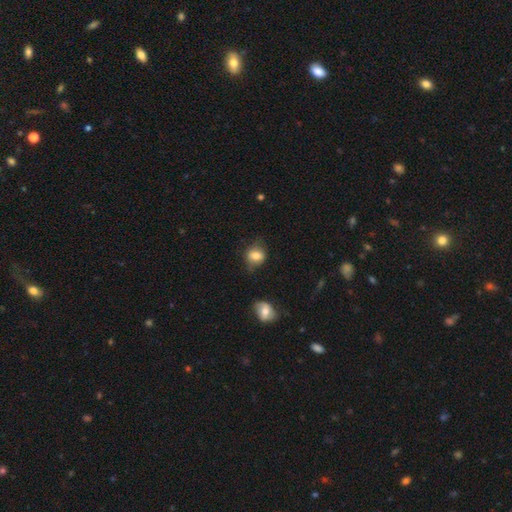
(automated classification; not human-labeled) The model was most divided on "how rounded": round: 67%, in between: 32%, cigar-shaped: 1%. More confident: smooth or featured — smooth (78%); merging — none (65%).